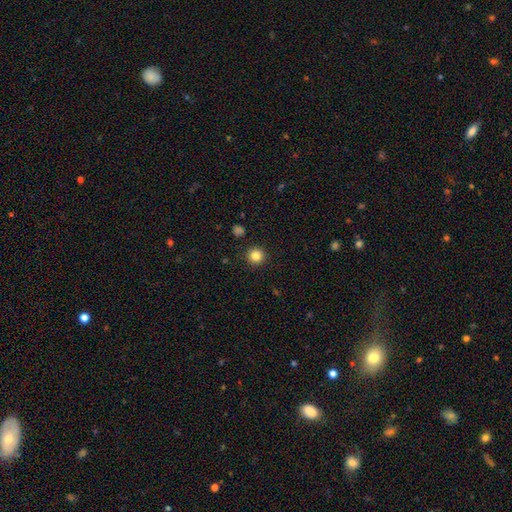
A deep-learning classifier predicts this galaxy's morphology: The model was most divided on "smooth or featured": smooth: 84%, star or artifact: 11%, featured or disk: 5%. More confident: how rounded — round (95%); merging — none (92%).